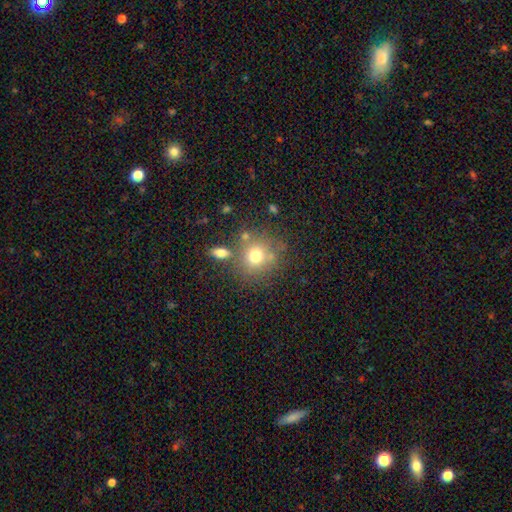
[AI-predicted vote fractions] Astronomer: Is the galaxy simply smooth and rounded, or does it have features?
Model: smooth — 59%.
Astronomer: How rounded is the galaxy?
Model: round — 89%.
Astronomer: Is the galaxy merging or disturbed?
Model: none — 73%.